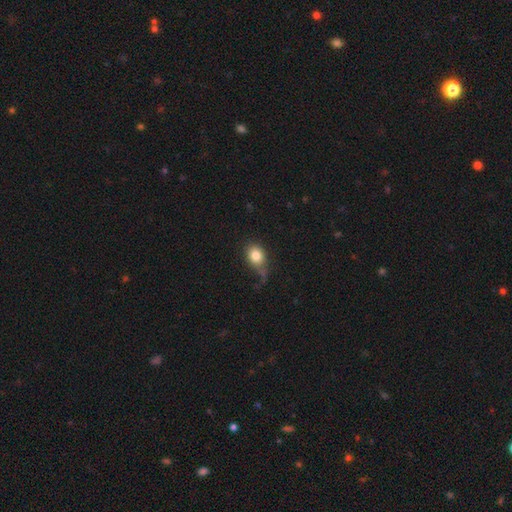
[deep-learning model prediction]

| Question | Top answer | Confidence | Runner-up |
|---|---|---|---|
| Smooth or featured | smooth | 82% | featured or disk (9%) |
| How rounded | in between | 61% | round (38%) |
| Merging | none | 50% | minor disturbance (30%) |